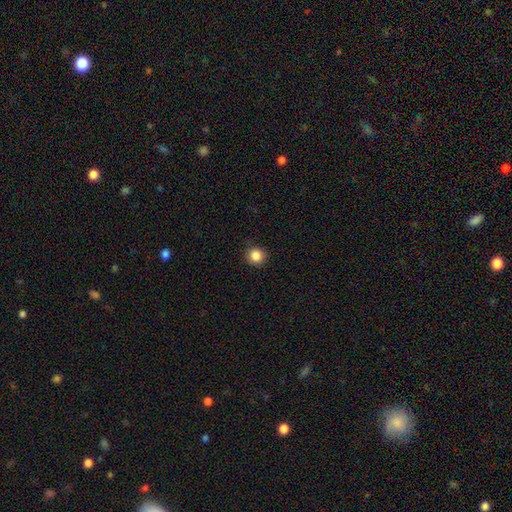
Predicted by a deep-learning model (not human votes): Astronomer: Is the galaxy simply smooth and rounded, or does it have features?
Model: smooth — 85%.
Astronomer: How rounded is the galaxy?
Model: round — 91%.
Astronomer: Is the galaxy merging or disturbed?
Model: none — 90%.